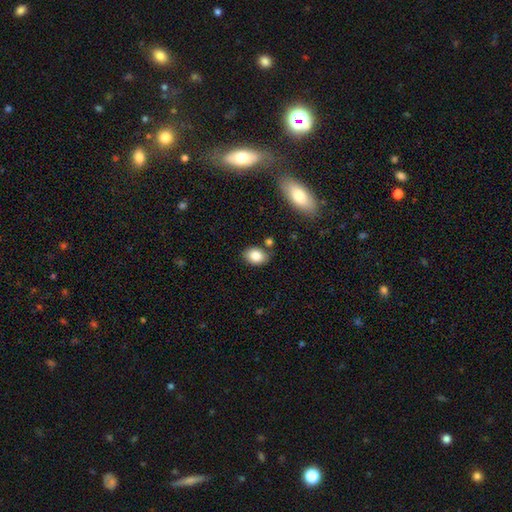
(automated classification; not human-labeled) Smooth or featured?
  - smooth: 84% *
  - star or artifact: 9%
  - featured or disk: 7%
How rounded?
  - in between: 69% *
  - round: 29%
  - cigar-shaped: 1%
Merging?
  - none: 76% *
  - minor disturbance: 14%
  - merger: 7%
  - major disturbance: 3%